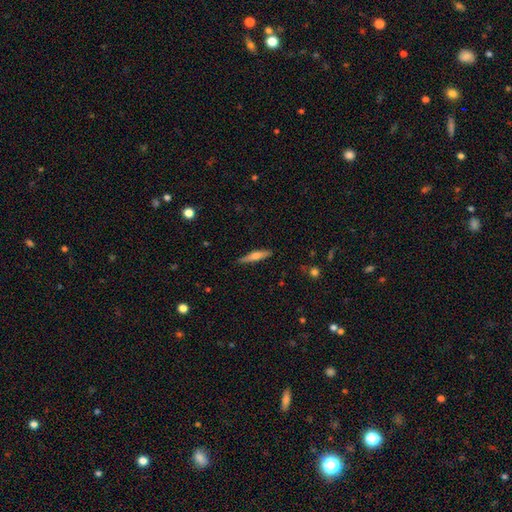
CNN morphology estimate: This is possibly a smooth galaxy (47%, tied with featured or disk). Merging: clearly none (87%).